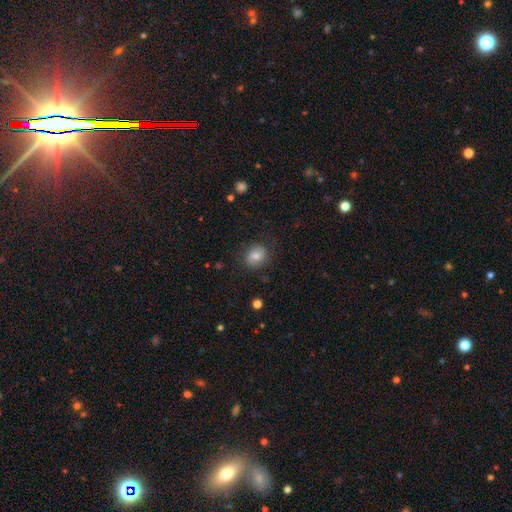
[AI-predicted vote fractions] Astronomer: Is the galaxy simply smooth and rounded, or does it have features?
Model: smooth — 62%.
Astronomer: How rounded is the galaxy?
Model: round — 59% (runner-up: in between, 40%).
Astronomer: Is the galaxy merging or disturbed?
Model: none — 75%.